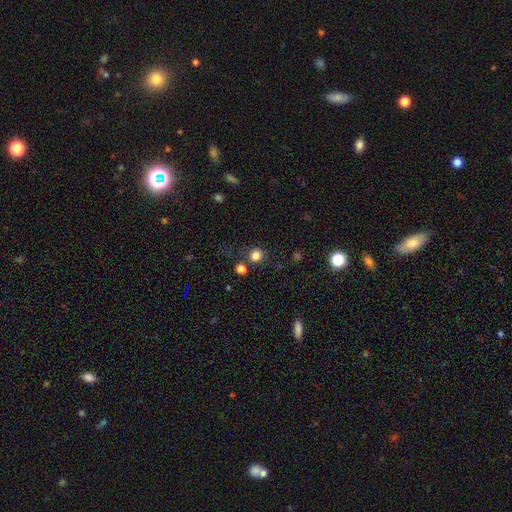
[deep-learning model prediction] smooth_or_featured: smooth (p=0.81) [alt: star or artifact p=0.14]
how_rounded: round (p=0.87) [alt: in between p=0.12]
merging: none (p=0.78) [alt: minor disturbance p=0.09]